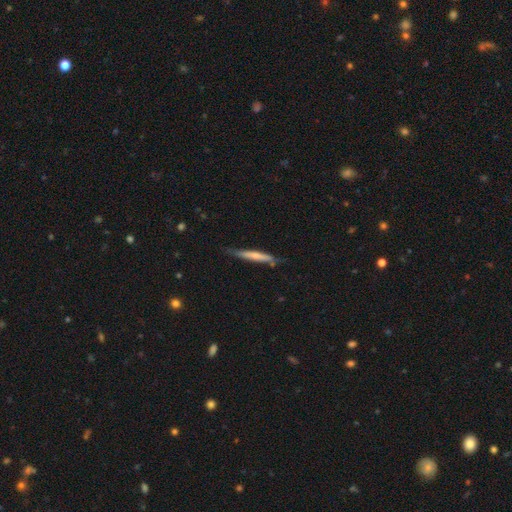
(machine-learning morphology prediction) Q: Smooth or featured?
A: smooth (59%); runner-up: featured or disk (36%)
Q: How rounded?
A: cigar-shaped (94%); runner-up: in between (4%)
Q: Merging?
A: none (69%); runner-up: minor disturbance (23%)